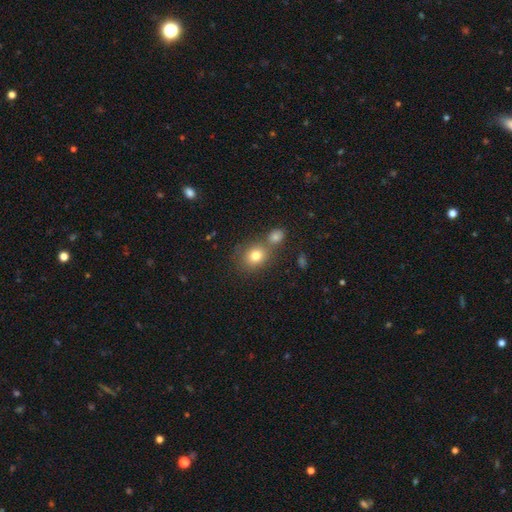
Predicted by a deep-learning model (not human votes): Q: Smooth or featured?
A: smooth (79%); runner-up: star or artifact (11%)
Q: How rounded?
A: round (65%); runner-up: in between (34%)
Q: Merging?
A: none (57%); runner-up: merger (28%)